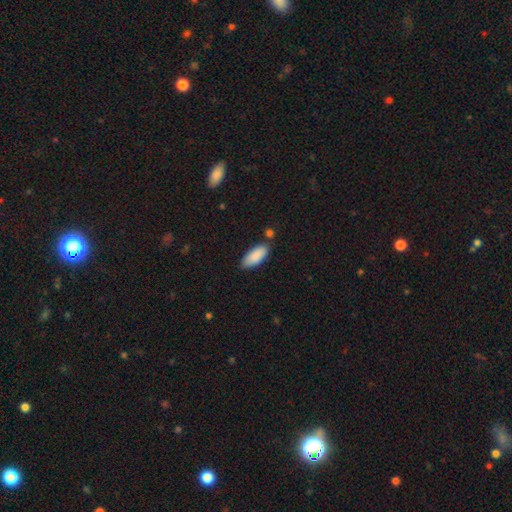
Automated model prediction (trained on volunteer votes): smooth 88%, star or artifact 6%, featured or disk 6%. Down the decision tree: how rounded — in between (80%); merging — none (76%).